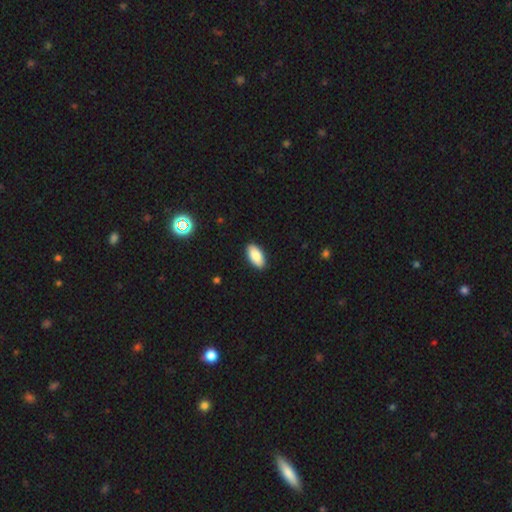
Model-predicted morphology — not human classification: Smooth or featured? smooth (87%)
How rounded? in between (93%)
Merging? none (90%)